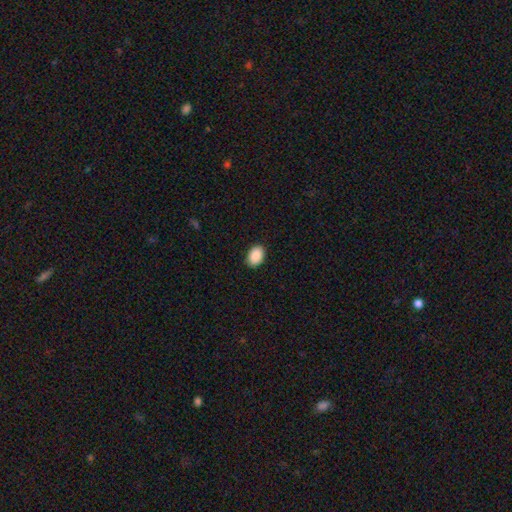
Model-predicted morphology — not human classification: smooth-or-featured: smooth: 90% | star or artifact: 7% | featured or disk: 3%
  how-rounded: in between: 85% | round: 14% | cigar-shaped: 1%
  merging: none: 89% | minor disturbance: 8% | major disturbance: 2% | merger: 1%